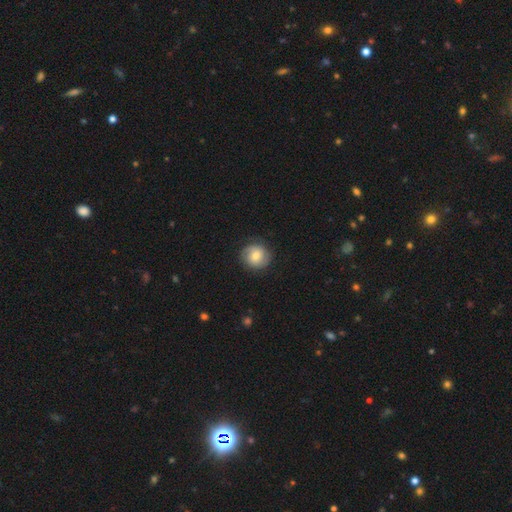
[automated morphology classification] smooth_or_featured: smooth (p=0.54) [alt: featured or disk p=0.38]
how_rounded: round (p=0.89) [alt: in between p=0.10]
merging: none (p=0.84) [alt: minor disturbance p=0.11]